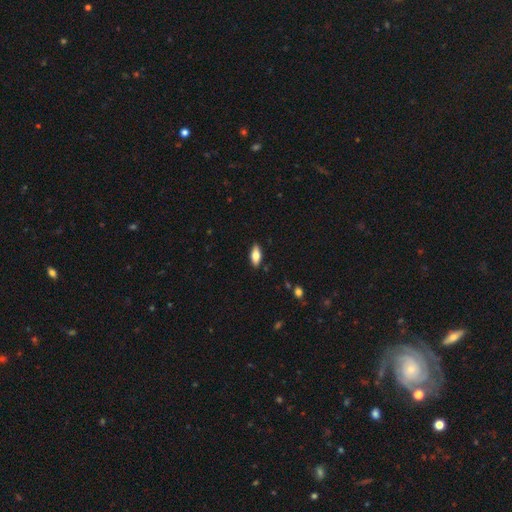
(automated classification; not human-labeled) smooth-or-featured: smooth: 69% | featured or disk: 24% | star or artifact: 7%
  how-rounded: in between: 79% | cigar-shaped: 19% | round: 3%
  merging: none: 87% | minor disturbance: 10% | major disturbance: 2% | merger: 1%